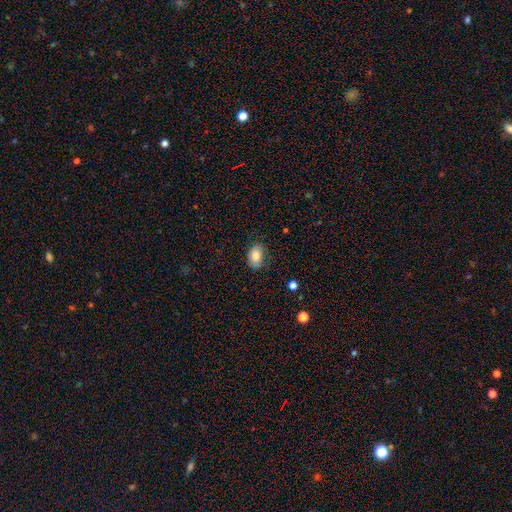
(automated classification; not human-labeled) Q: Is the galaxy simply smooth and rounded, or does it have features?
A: smooth — 83%.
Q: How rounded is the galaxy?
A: in between — 80%.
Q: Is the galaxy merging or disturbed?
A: none — 72%.